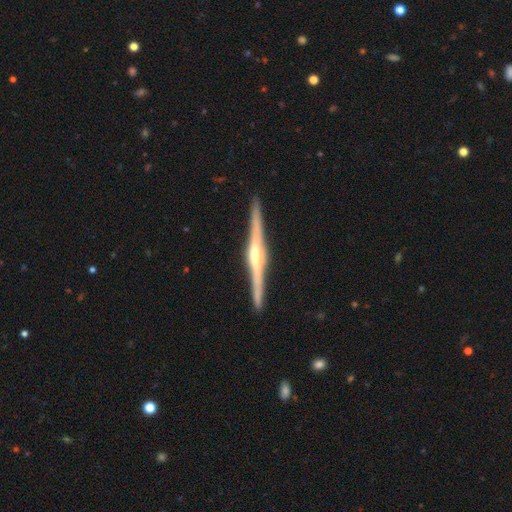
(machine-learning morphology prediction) type=featured or disk (79%); edge-on=yes (98%); edge-on bulge=rounded (73%); merging=none (88%).